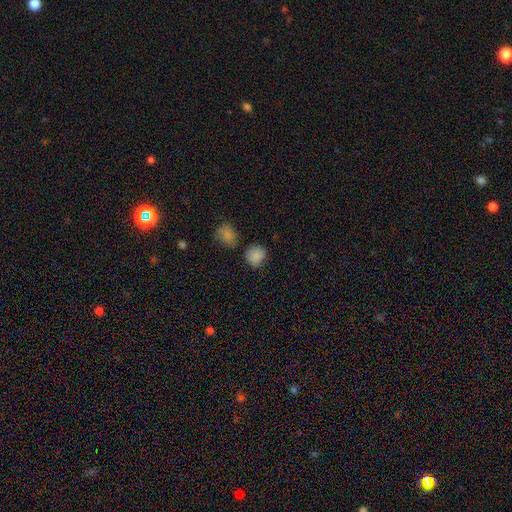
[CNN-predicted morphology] smooth-or-featured: smooth: 85% | star or artifact: 10% | featured or disk: 5%
  how-rounded: round: 81% | in between: 17% | cigar-shaped: 1%
  merging: none: 72% | minor disturbance: 16% | merger: 8% | major disturbance: 4%